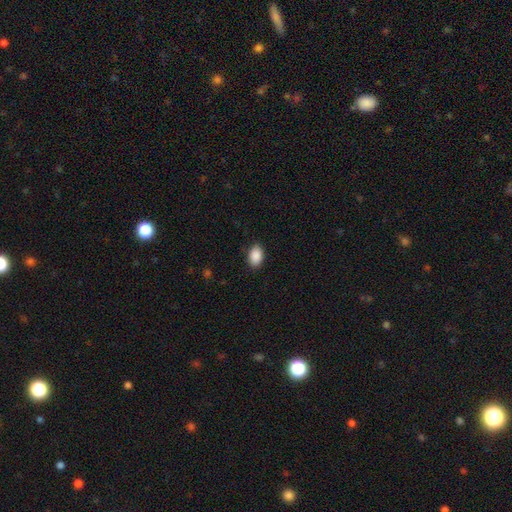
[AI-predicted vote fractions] Smooth or featured?
  - smooth: 90% *
  - star or artifact: 7%
  - featured or disk: 3%
How rounded?
  - in between: 89% *
  - round: 10%
  - cigar-shaped: 1%
Merging?
  - none: 88% *
  - minor disturbance: 9%
  - major disturbance: 2%
  - merger: 1%